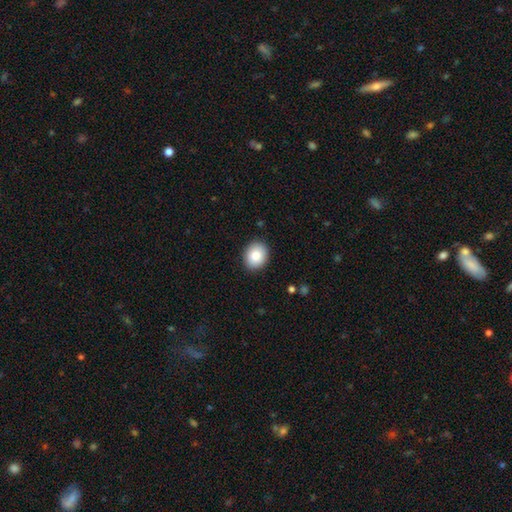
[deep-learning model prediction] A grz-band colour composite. It shows a smooth galaxy with no disk features (84%) that is round (62%). Merging: none (90%).